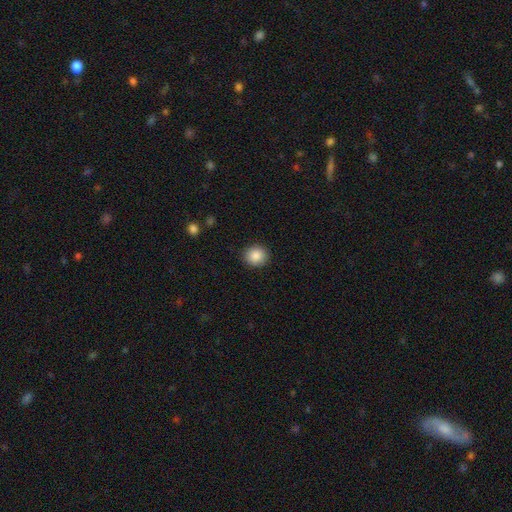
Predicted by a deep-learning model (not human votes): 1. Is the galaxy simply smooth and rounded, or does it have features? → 88% smooth, 8% star or artifact, 4% featured or disk.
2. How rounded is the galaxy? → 84% round, 15% in between, 1% cigar-shaped.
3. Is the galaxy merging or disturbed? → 91% none, 6% minor disturbance, 2% major disturbance, 1% merger.